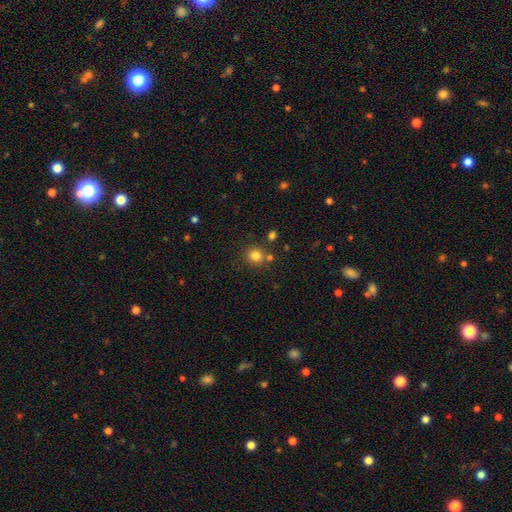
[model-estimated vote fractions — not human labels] smooth_or_featured: smooth (p=0.81) [alt: star or artifact p=0.13]
how_rounded: round (p=0.89) [alt: in between p=0.10]
merging: none (p=0.77) [alt: merger p=0.11]